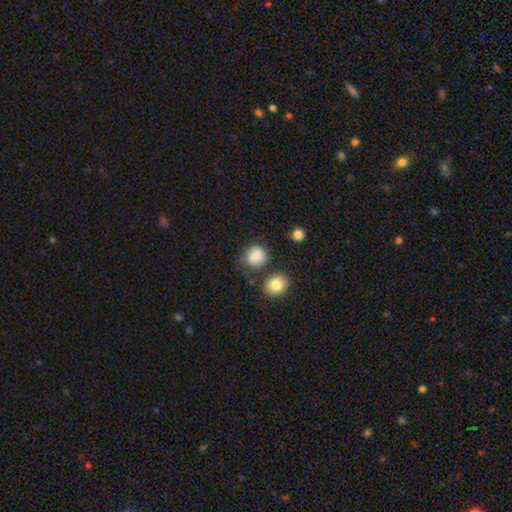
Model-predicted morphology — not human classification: smooth 84%, star or artifact 9%, featured or disk 7%. Down the decision tree: how rounded — round (82%); merging — none (70%).